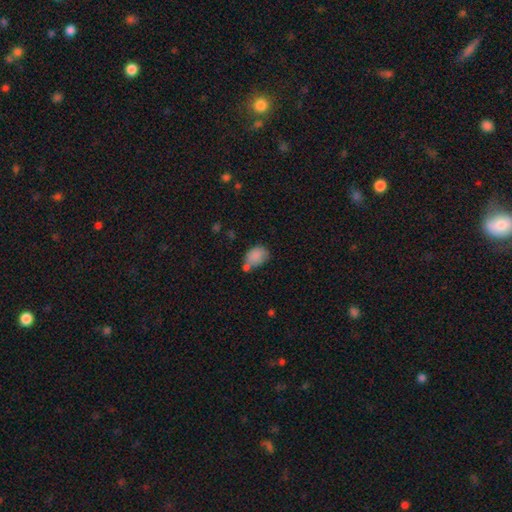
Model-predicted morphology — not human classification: Overall: smooth (82%). How rounded: in between (75%). Merging: none (40%; merger 27%).